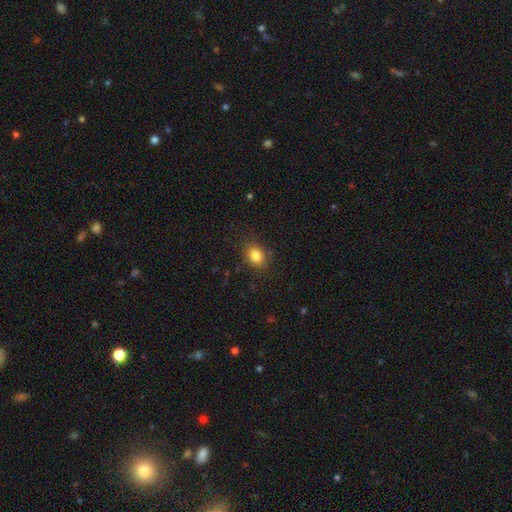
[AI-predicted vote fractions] Smooth or featured?
  - smooth: 83% *
  - star or artifact: 10%
  - featured or disk: 7%
How rounded?
  - in between: 62% *
  - round: 37%
  - cigar-shaped: 1%
Merging?
  - none: 84% *
  - minor disturbance: 12%
  - major disturbance: 3%
  - merger: 1%